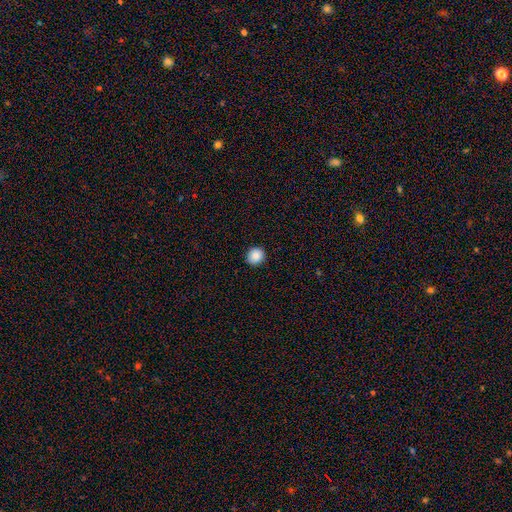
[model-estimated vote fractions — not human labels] Smooth or featured? smooth (87%)
How rounded? round (87%)
Merging? none (91%)